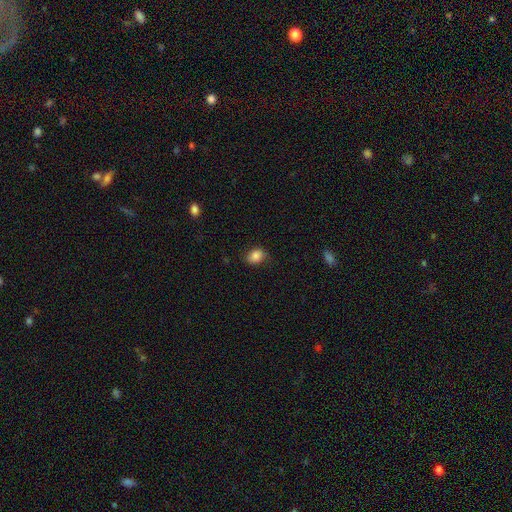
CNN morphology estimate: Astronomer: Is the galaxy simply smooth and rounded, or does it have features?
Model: smooth — 84%.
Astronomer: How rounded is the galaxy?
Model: in between — 65%.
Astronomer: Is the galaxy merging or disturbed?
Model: none — 74%.